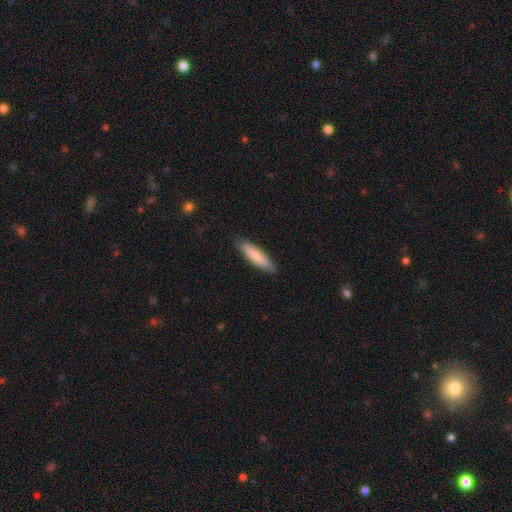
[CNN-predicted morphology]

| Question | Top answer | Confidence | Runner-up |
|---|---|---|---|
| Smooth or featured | smooth | 82% | featured or disk (13%) |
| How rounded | cigar-shaped | 77% | in between (22%) |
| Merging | none | 86% | minor disturbance (11%) |